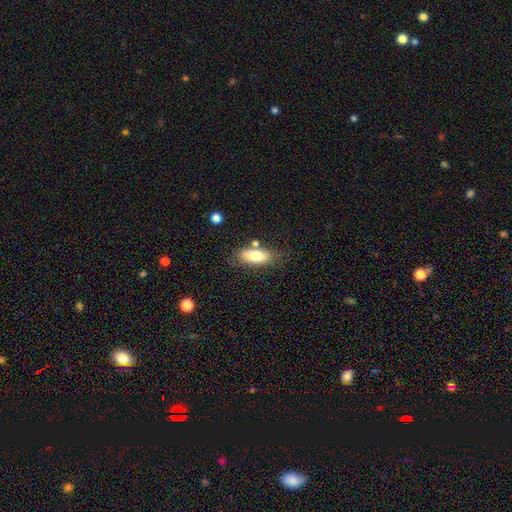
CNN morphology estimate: The model was most divided on "smooth or featured": smooth: 72%, featured or disk: 21%, star or artifact: 7%. More confident: how rounded — in between (78%); merging — none (72%).